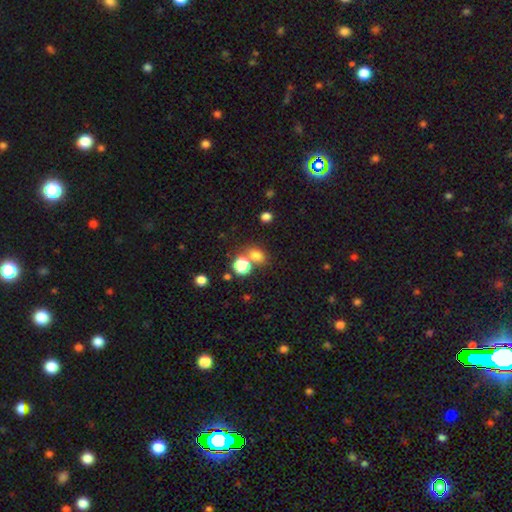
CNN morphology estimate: smooth-or-featured: smooth: 76% | star or artifact: 17% | featured or disk: 7%
  how-rounded: round: 52% | in between: 47% | cigar-shaped: 1%
  merging: none: 59% | merger: 28% | minor disturbance: 10% | major disturbance: 4%